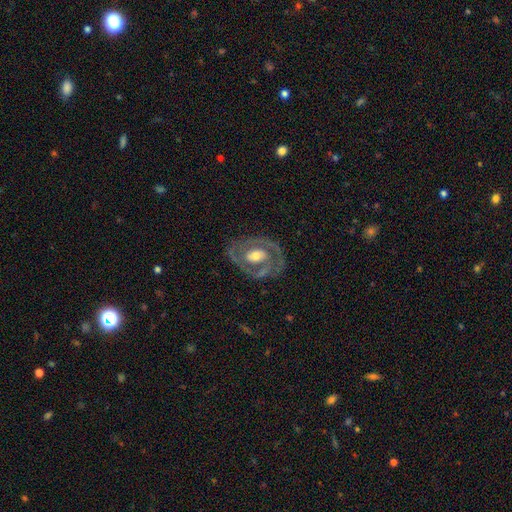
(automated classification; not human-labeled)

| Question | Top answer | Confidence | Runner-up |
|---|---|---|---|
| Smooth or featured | featured or disk | 79% | smooth (17%) |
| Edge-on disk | no | 96% | yes (4%) |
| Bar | no | 54% | weak (30%) |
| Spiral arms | yes | 69% | no (31%) |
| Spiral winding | tight | 51% | medium (37%) |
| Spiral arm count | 2 | 66% | can't tell (16%) |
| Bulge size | moderate | 62% | large (18%) |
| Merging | none | 74% | minor disturbance (16%) |